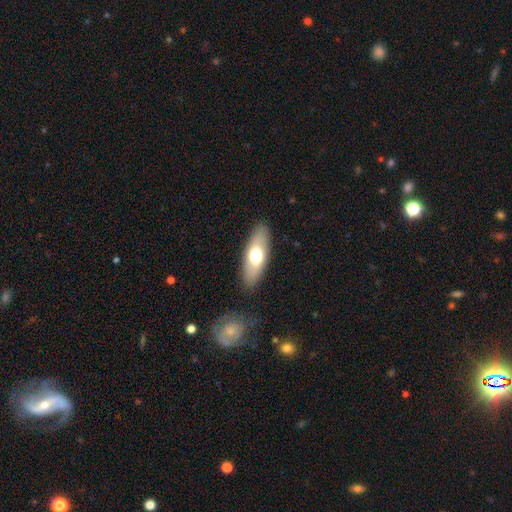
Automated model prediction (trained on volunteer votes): Q: Smooth or featured?
A: smooth (63%); runner-up: featured or disk (31%)
Q: How rounded?
A: in between (75%); runner-up: cigar-shaped (22%)
Q: Merging?
A: none (87%); runner-up: minor disturbance (9%)